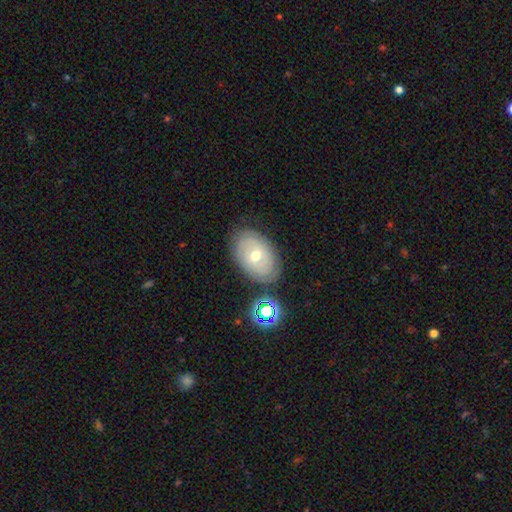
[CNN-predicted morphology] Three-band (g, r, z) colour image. It shows a featured or disk galaxy (58%) with no bar (71%), spiral arms (70%) and a moderate central bulge (68%). Merging: none (78%).